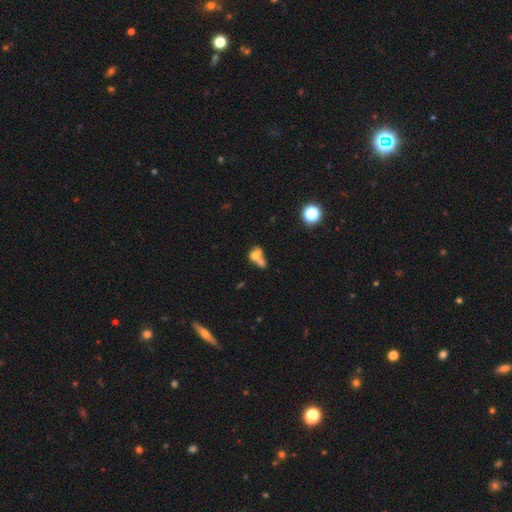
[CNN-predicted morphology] This appears to be a smooth galaxy with no disk features (59%) that is in between round and cigar-shaped (51%). Merging: merger (62%).